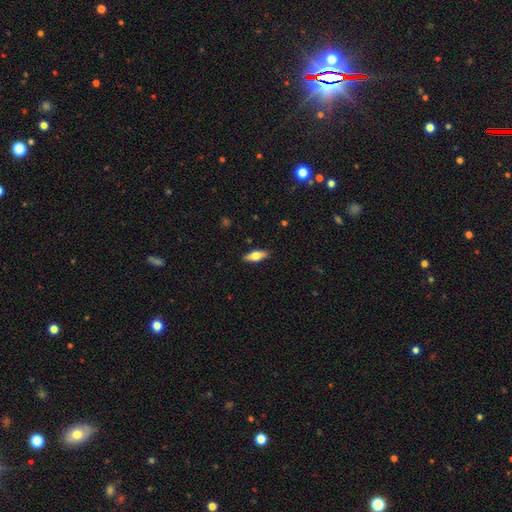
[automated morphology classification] type=smooth (56%); roundness=in between (63%); merging=none (89%).